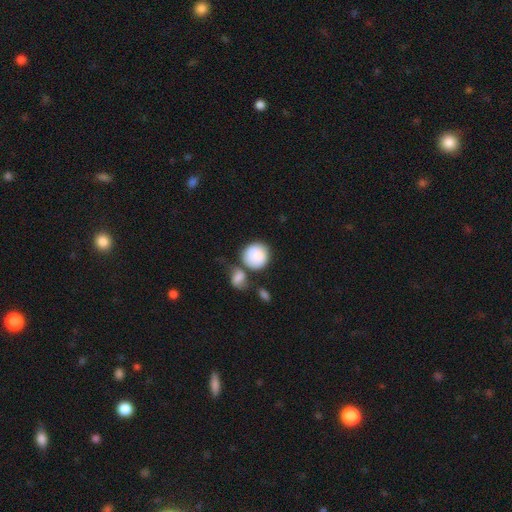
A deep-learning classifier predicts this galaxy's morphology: A smooth galaxy with no disk features (83%) that is round (89%).

Vote fractions:
- Smooth or featured? smooth: 83% / featured or disk: 11% / star or artifact: 6%
- How rounded? round: 89% / in between: 10% / cigar-shaped: 1%
- Merging? none: 44% / merger: 33% / minor disturbance: 15% / major disturbance: 8%